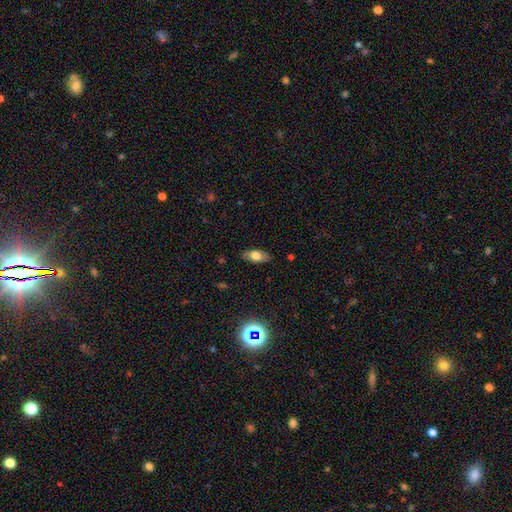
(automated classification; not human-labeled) smooth_or_featured: smooth (p=0.70) [alt: featured or disk p=0.21]
how_rounded: in between (p=0.87) [alt: cigar-shaped p=0.09]
merging: none (p=0.85) [alt: minor disturbance p=0.11]